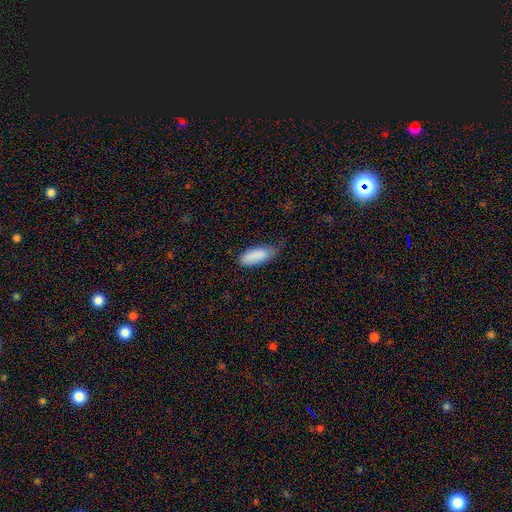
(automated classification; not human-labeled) Smooth or featured? smooth (88%)
How rounded? in between (81%)
Merging? none (48%)